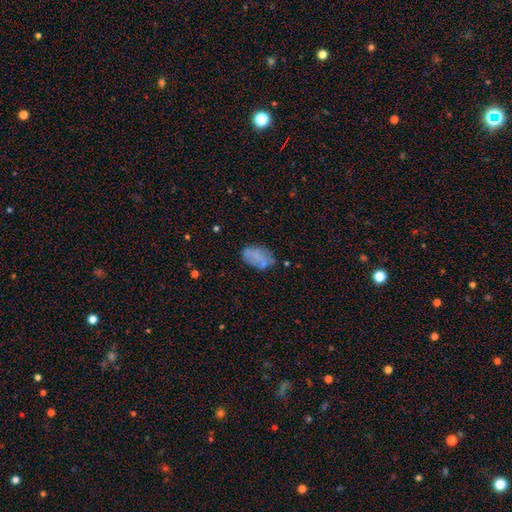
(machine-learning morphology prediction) Smooth or featured?
  - smooth: 63% *
  - featured or disk: 26%
  - star or artifact: 10%
How rounded?
  - in between: 92% *
  - round: 7%
  - cigar-shaped: 2%
Merging?
  - none: 59% *
  - minor disturbance: 25%
  - major disturbance: 11%
  - merger: 6%